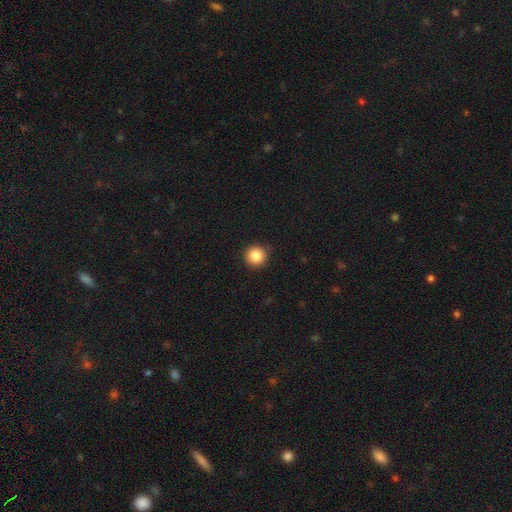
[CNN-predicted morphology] The model was most divided on "smooth or featured": smooth: 86%, star or artifact: 10%, featured or disk: 5%. More confident: how rounded — round (95%); merging — none (90%).